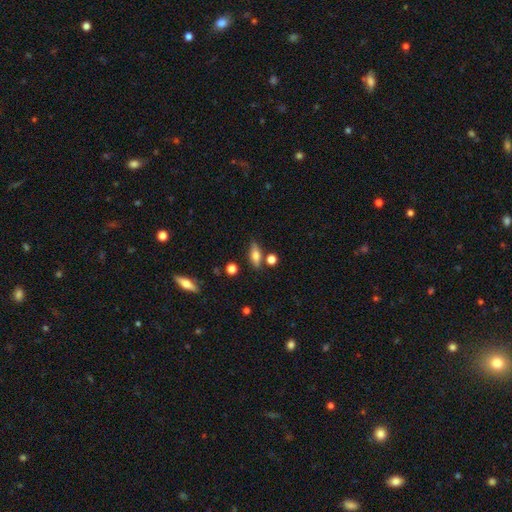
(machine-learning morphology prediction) Smooth or featured?
  - smooth: 61% *
  - featured or disk: 29%
  - star or artifact: 9%
How rounded?
  - in between: 62% *
  - cigar-shaped: 30%
  - round: 7%
Merging?
  - none: 76% *
  - minor disturbance: 13%
  - merger: 7%
  - major disturbance: 4%